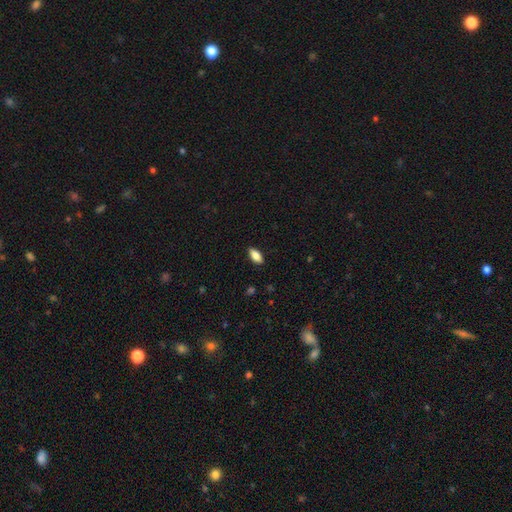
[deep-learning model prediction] Smooth or featured? smooth (83%)
How rounded? in between (86%)
Merging? none (87%)